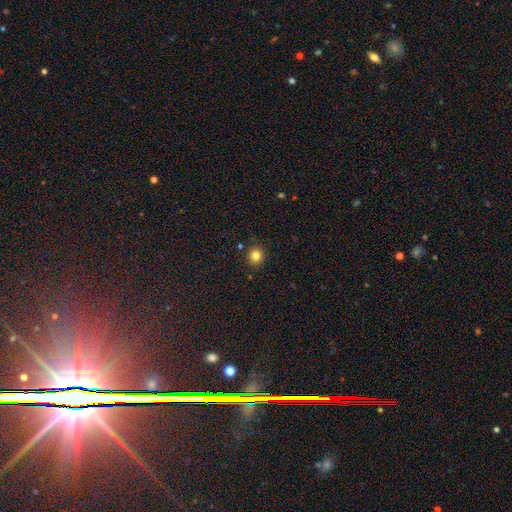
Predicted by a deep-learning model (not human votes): Smooth or featured? smooth (82%)
How rounded? round (86%)
Merging? none (89%)